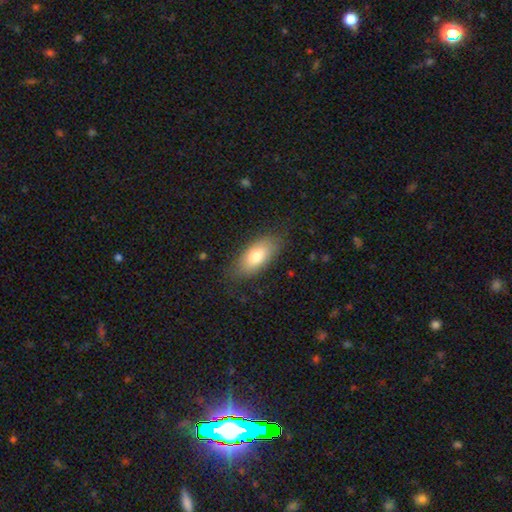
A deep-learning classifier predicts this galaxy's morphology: The model was most divided on "smooth or featured": smooth: 77%, featured or disk: 16%, star or artifact: 7%. More confident: how rounded — in between (88%); merging — none (78%).